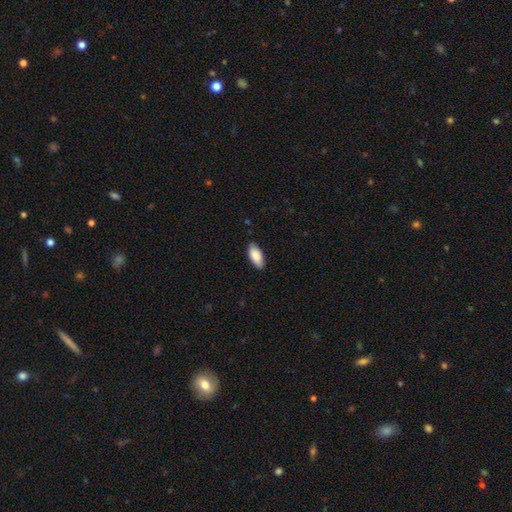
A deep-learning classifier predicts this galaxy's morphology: A smooth galaxy with no disk features (88%) that is in between round and cigar-shaped (89%). Merging: none (85%).